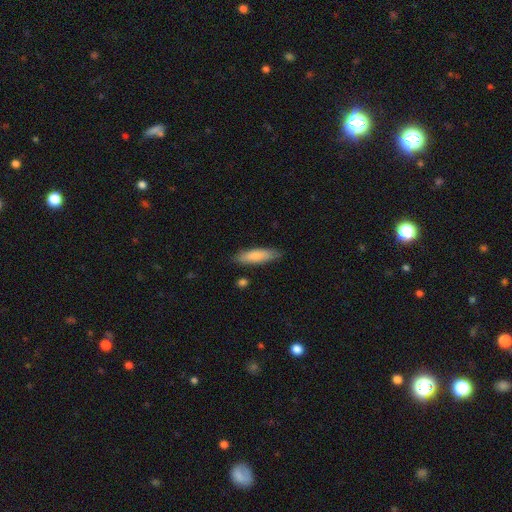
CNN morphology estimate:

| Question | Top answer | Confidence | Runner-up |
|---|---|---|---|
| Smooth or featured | smooth | 79% | featured or disk (16%) |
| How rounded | cigar-shaped | 59% | in between (40%) |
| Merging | none | 81% | minor disturbance (14%) |